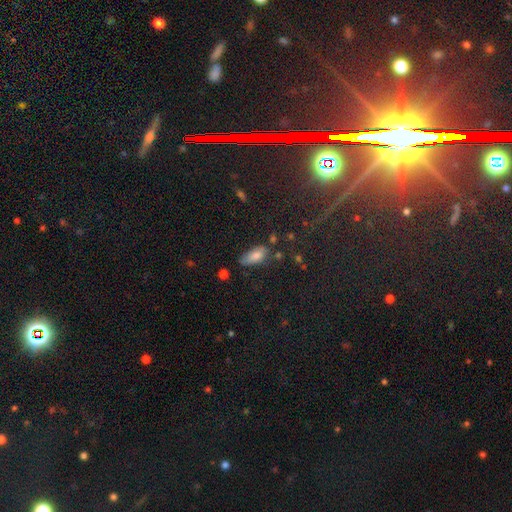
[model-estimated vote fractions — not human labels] Morphology: type=smooth (80%); roundness=in between (85%); merging=none (62%).